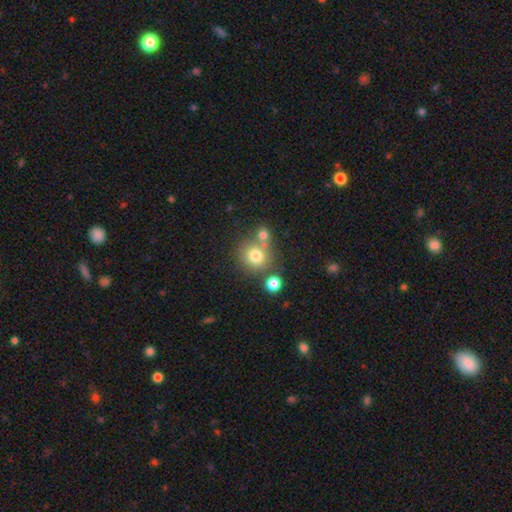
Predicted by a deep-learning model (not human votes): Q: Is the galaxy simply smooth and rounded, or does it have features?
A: smooth — 75%.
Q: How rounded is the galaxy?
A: round — 86%.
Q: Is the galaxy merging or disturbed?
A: none — 56%.